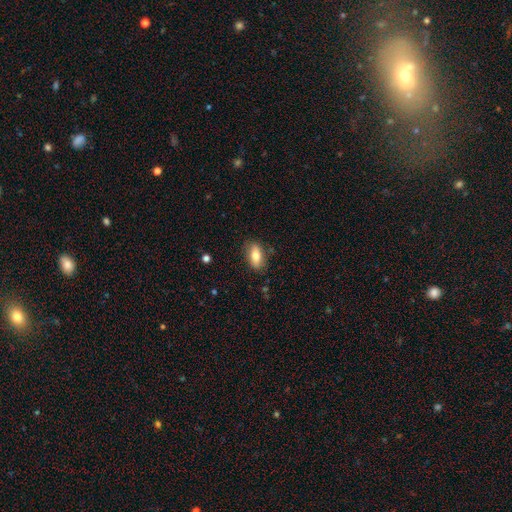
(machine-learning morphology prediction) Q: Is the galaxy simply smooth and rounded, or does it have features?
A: smooth — 76%.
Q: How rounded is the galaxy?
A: in between — 85%.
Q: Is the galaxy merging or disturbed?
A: none — 81%.